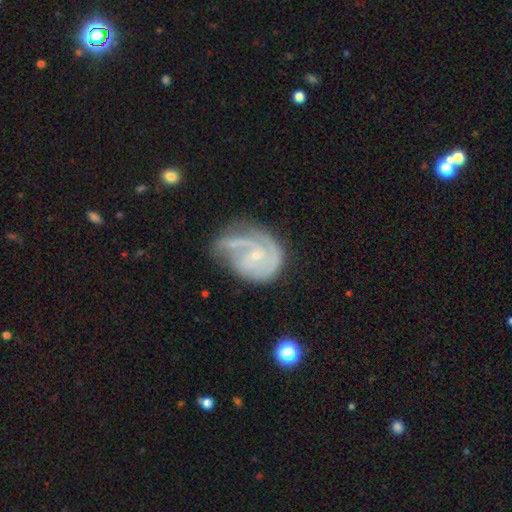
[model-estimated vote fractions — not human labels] Morphology: type=featured or disk (81%); edge-on=no (98%); bar=no (62%); spiral arms=yes (91%); winding=tight (44%); arm count=2 (39%); bulge=small (79%); merging=none (38%).